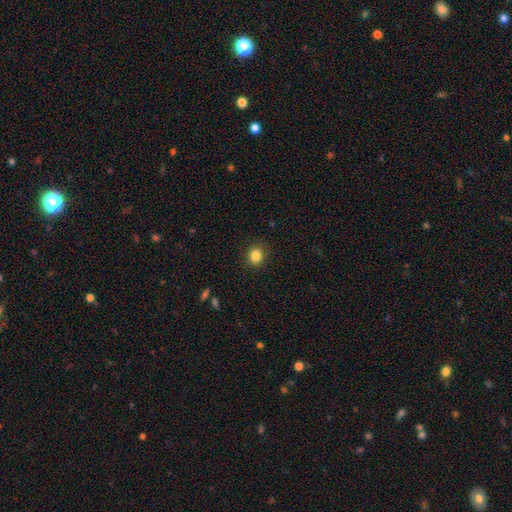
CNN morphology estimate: smooth 84%, star or artifact 11%, featured or disk 5%. Down the decision tree: how rounded — round (79%); merging — none (90%).